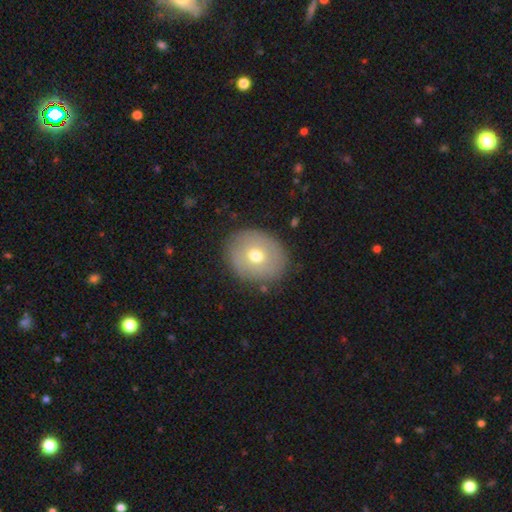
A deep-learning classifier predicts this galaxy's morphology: Smooth or featured?
  - smooth: 64% *
  - featured or disk: 27%
  - star or artifact: 9%
How rounded?
  - round: 60% *
  - in between: 39%
  - cigar-shaped: 1%
Merging?
  - none: 84% *
  - minor disturbance: 11%
  - major disturbance: 4%
  - merger: 2%